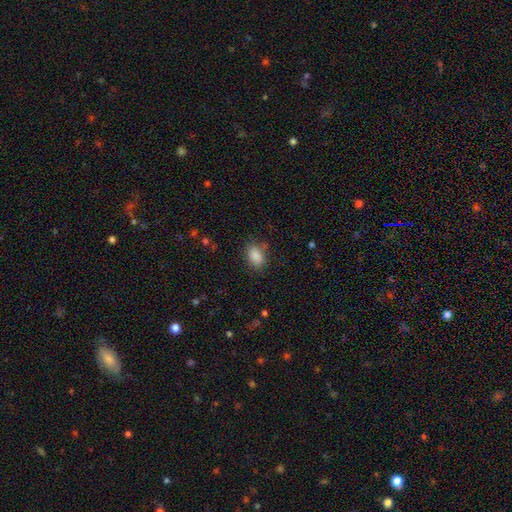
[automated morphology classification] This is clearly a smooth galaxy (88%). How rounded: clearly in between (85%). Merging: clearly none (81%).